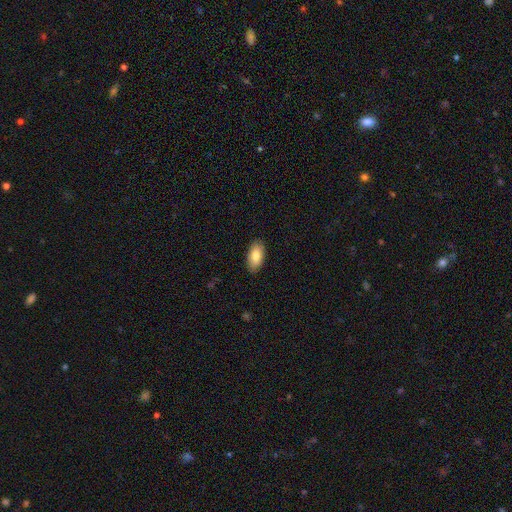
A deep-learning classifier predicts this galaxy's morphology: Smooth or featured: smooth — 83% (featured or disk — 11%)
How rounded: in between — 93% (cigar-shaped — 5%)
Merging: none — 88% (minor disturbance — 9%)